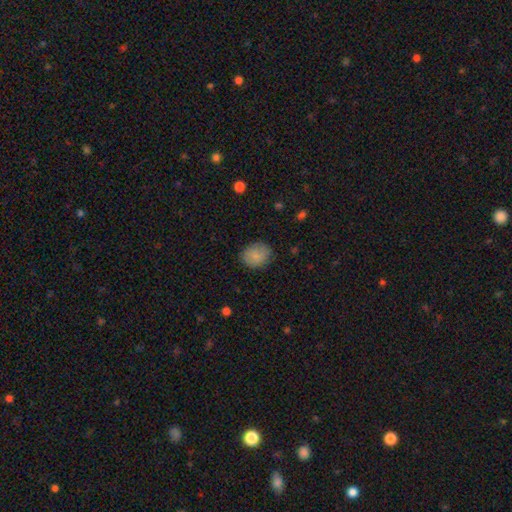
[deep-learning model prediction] smooth 82%, featured or disk 10%, star or artifact 8%. Down the decision tree: how rounded — round (54%); merging — none (78%).